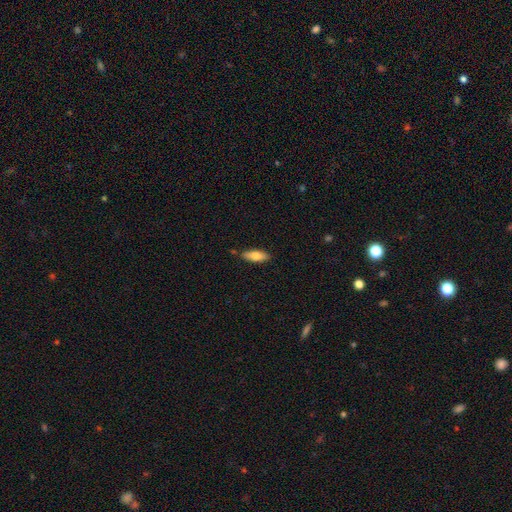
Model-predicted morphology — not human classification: This is likely a smooth galaxy (73%). How rounded: likely in between (63%). Merging: clearly none (83%).